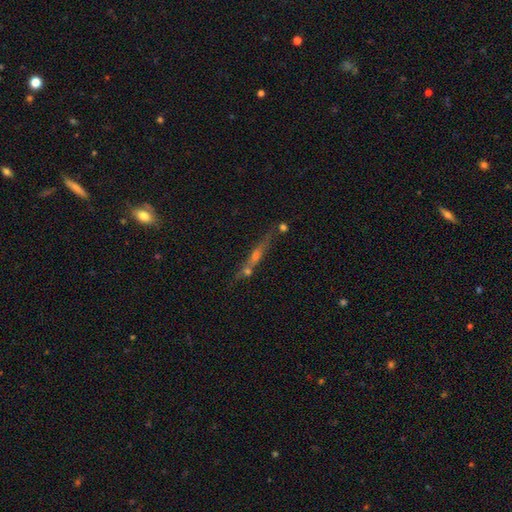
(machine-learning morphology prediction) type=featured or disk (57%); edge-on=yes (81%); merging=none (55%).